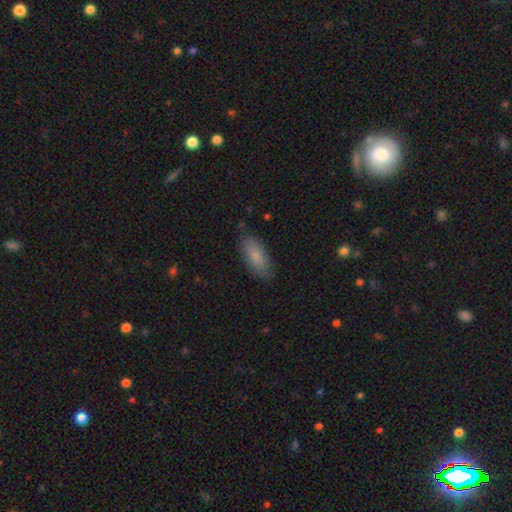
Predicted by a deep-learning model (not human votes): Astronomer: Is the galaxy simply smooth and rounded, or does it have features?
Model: smooth — 83%.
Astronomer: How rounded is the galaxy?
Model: in between — 79%.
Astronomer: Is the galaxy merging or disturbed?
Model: none — 81%.